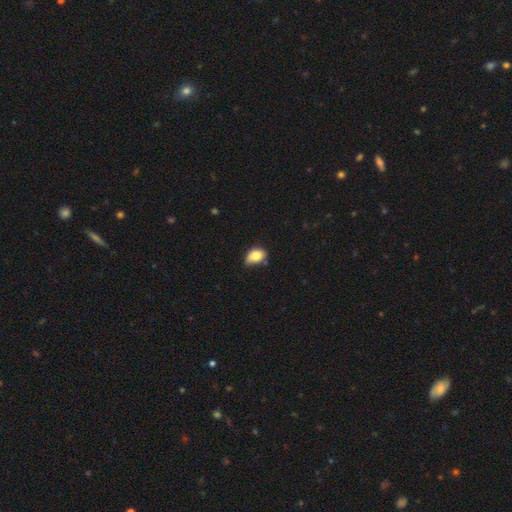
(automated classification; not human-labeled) Overall: smooth (81%). How rounded: in between (77%). Merging: minor disturbance (43%, tied with none).